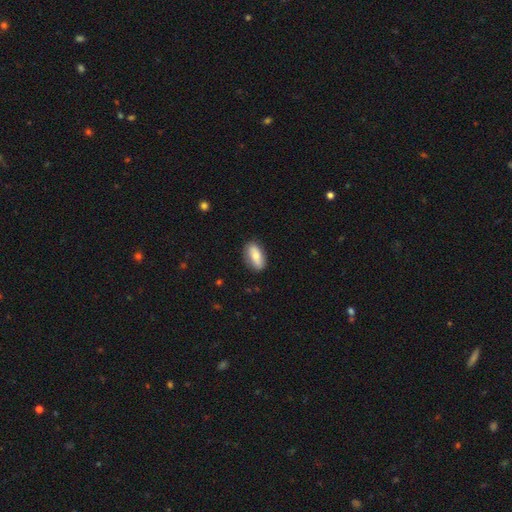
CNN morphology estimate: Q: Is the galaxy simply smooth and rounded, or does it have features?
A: smooth — 69%.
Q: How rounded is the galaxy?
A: in between — 87%.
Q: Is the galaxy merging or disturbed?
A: none — 83%.